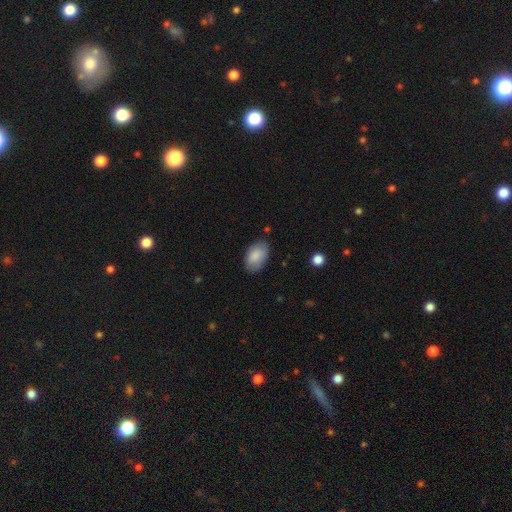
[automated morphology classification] This appears to be a smooth galaxy with no disk features (87%) that is in between round and cigar-shaped (92%). Merging: none (80%).